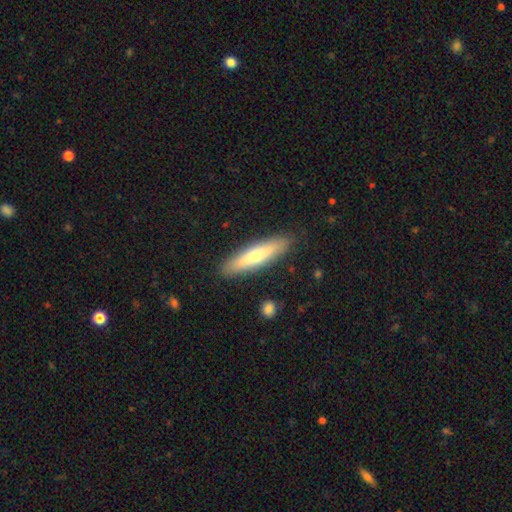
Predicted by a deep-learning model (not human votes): Smooth or featured: smooth — 60% (featured or disk — 35%)
How rounded: cigar-shaped — 80% (in between — 18%)
Merging: none — 89% (minor disturbance — 8%)